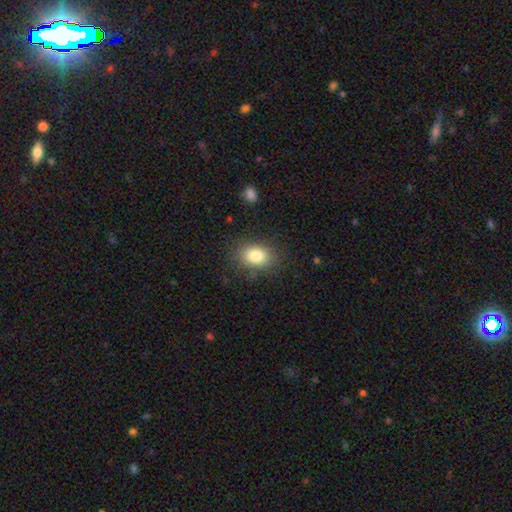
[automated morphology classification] A smooth galaxy with no disk features (83%) that is in between round and cigar-shaped (74%). Merging: none (82%).